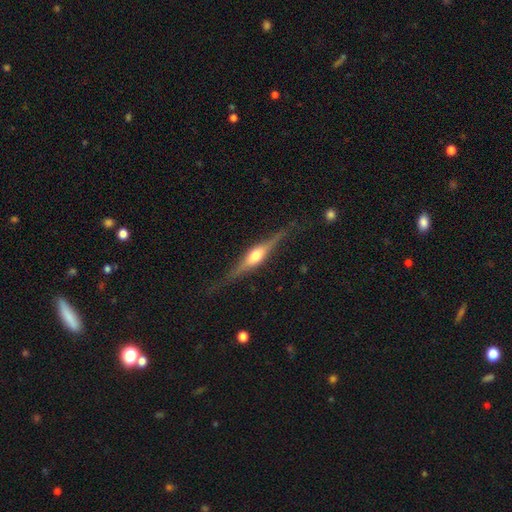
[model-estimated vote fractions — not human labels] Smooth or featured? Predicted: featured or disk (p=0.76). Edge-on disk? Predicted: yes (p=0.97). Edge-on bulge? Predicted: rounded (p=0.90). Merging? Predicted: none (p=0.82).